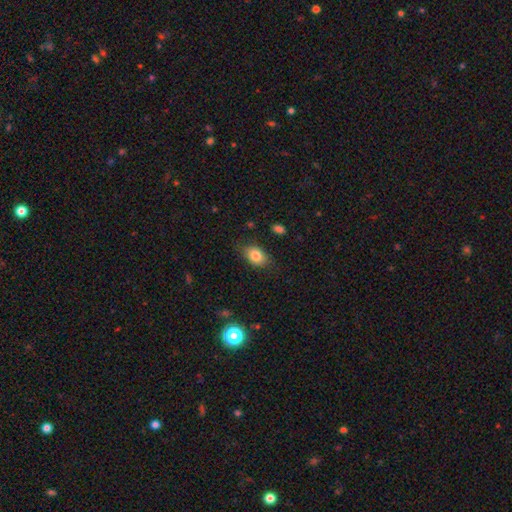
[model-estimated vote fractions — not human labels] smooth_or_featured: smooth (p=0.83) [alt: featured or disk p=0.09]
how_rounded: in between (p=0.82) [alt: round p=0.16]
merging: none (p=0.77) [alt: minor disturbance p=0.17]